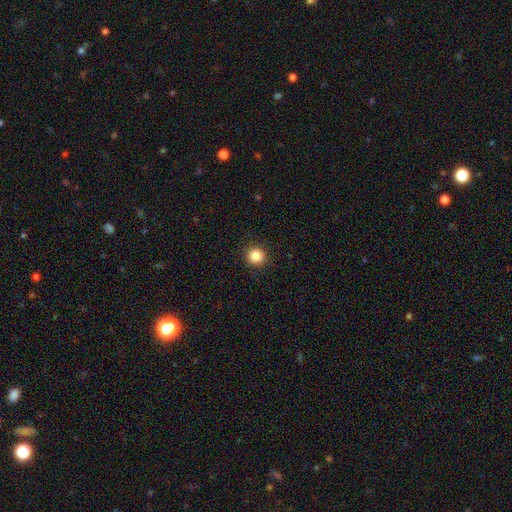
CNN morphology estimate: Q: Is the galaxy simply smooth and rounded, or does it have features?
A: smooth — 86%.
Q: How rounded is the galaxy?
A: round — 95%.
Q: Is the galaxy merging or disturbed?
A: none — 93%.